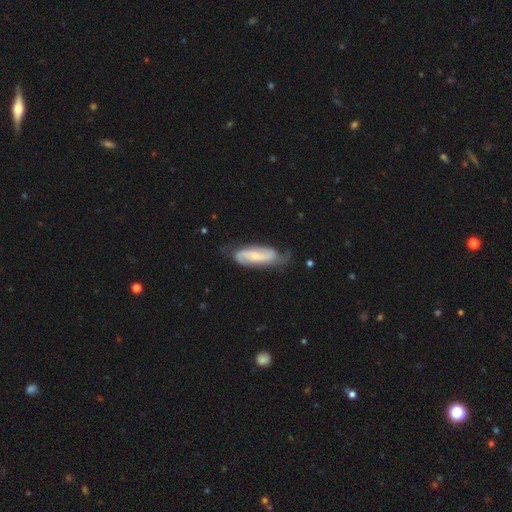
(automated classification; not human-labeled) A featured or disk galaxy (72%) with no bar (44%), 2 (80%) medium (42%) spiral arms (94%) and a small central bulge (53%).

Vote fractions:
- Smooth or featured? featured or disk: 72% / smooth: 22% / star or artifact: 6%
- Edge-on disk? no: 90% / yes: 10%
- Bar? no: 44% / weak: 36% / strong: 20%
- Spiral arms? yes: 94% / no: 6%
- Spiral winding? medium: 42% / tight: 34% / loose: 24%
- Spiral arm count? 2: 80% / can't tell: 11% / 1: 3% / 3: 3% / 4: 1% / more than 4: 1%
- Bulge size? small: 53% / moderate: 31% / none: 11% / large: 4% / dominant: 1%
- Merging? none: 63% / minor disturbance: 26% / major disturbance: 10% / merger: 2%